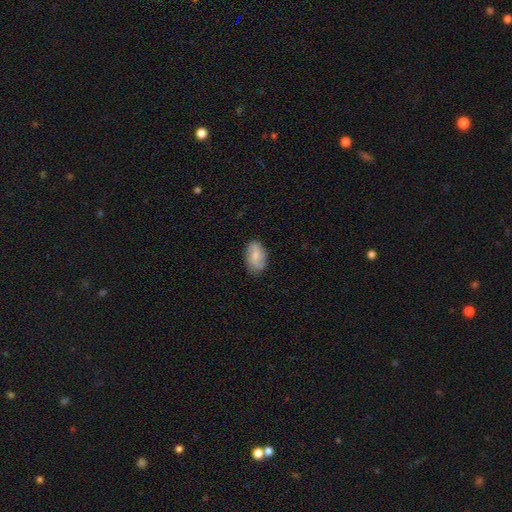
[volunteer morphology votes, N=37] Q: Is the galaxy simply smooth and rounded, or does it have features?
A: smooth — 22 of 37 (59%).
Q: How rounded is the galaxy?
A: in between — 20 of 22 (91%).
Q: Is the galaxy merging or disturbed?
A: none — 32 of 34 (94%).